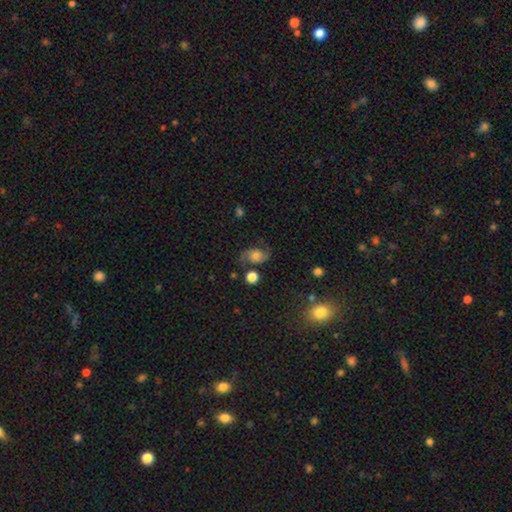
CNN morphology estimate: This appears to be a featured or disk galaxy (70%) with no bar (72%), 2 (91%) loose (46%) spiral arms (94%) and a moderate central bulge (46%). Merging: none (70%).